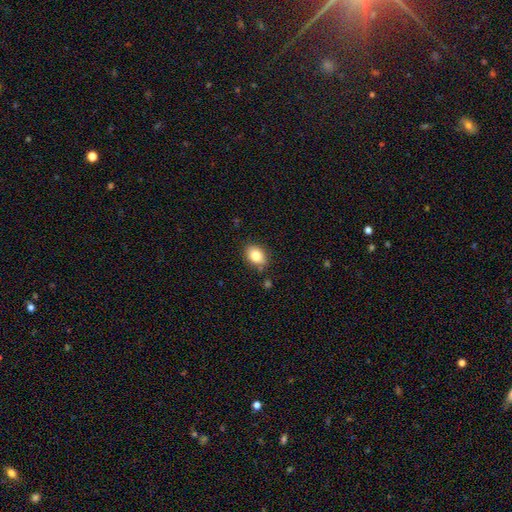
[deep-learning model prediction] A smooth galaxy with no disk features (82%) that is in between round and cigar-shaped (72%).

Vote fractions:
- Smooth or featured? smooth: 82% / featured or disk: 9% / star or artifact: 9%
- How rounded? in between: 72% / round: 27% / cigar-shaped: 1%
- Merging? none: 81% / minor disturbance: 14% / merger: 3% / major disturbance: 3%